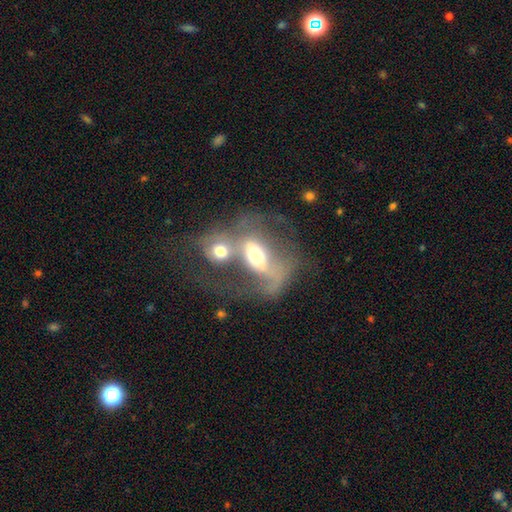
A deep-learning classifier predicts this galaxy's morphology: Overall: featured or disk (56%; smooth 35%). Edge-on disk: no (91%). Bar: no (54%; weak 28%). Spiral arms: yes (53%; no 47%). Bulge size: moderate (62%). Merging: merger (71%).